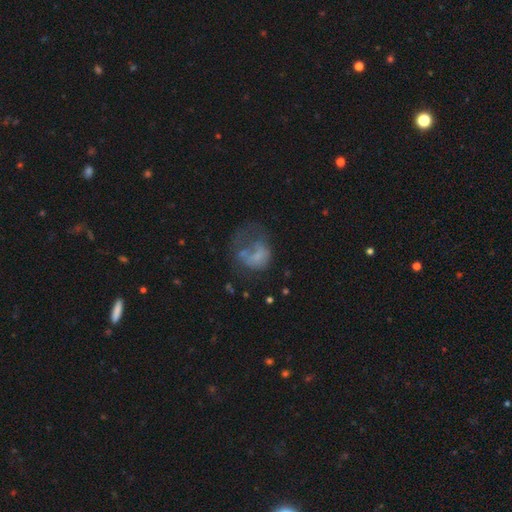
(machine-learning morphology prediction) Smooth or featured?
  - smooth: 44% *
  - featured or disk: 42%
  - star or artifact: 14%
Merging?
  - major disturbance: 51% *
  - none: 24%
  - minor disturbance: 16%
  - merger: 9%